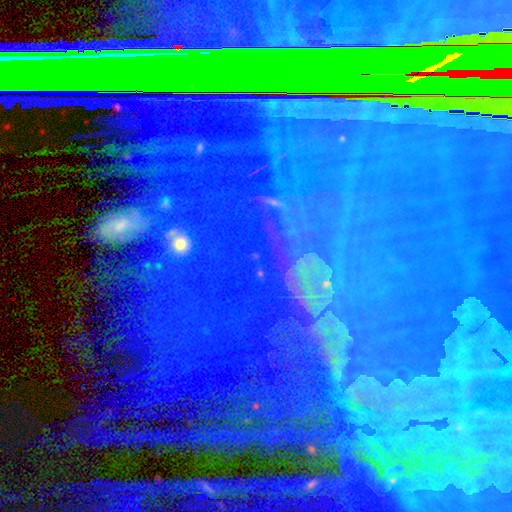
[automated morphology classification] smooth-or-featured: star or artifact: 79% | featured or disk: 12% | smooth: 9%